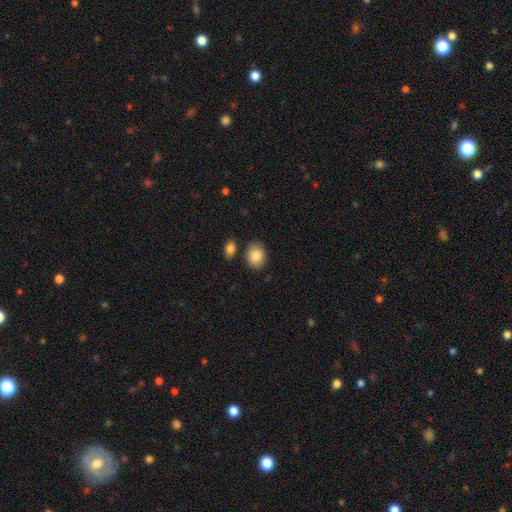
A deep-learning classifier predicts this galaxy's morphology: A smooth galaxy with no disk features (87%) that is in between round and cigar-shaped (70%).

Vote fractions:
- Smooth or featured? smooth: 87% / star or artifact: 7% / featured or disk: 6%
- How rounded? in between: 70% / round: 30% / cigar-shaped: 1%
- Merging? none: 81% / minor disturbance: 12% / merger: 5% / major disturbance: 3%